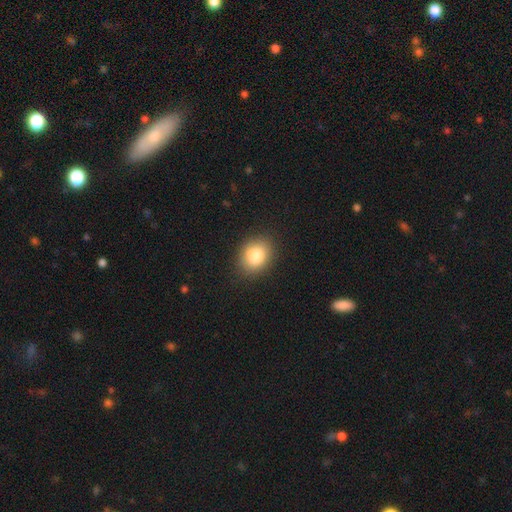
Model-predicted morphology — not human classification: Smooth or featured? smooth (83%)
How rounded? round (50%)
Merging? none (84%)